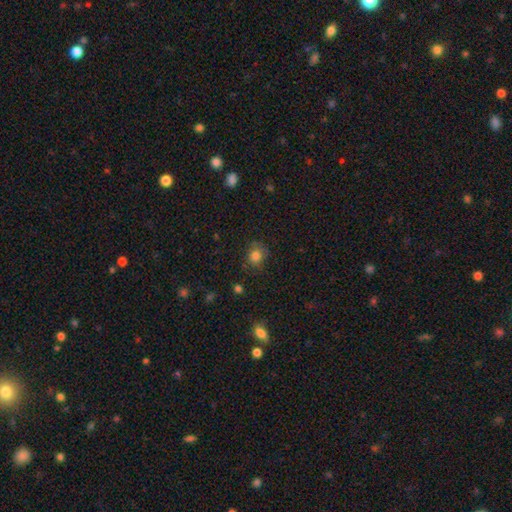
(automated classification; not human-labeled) smooth_or_featured: smooth (p=0.79) [alt: star or artifact p=0.13]
how_rounded: round (p=0.80) [alt: in between p=0.19]
merging: none (p=0.74) [alt: minor disturbance p=0.18]